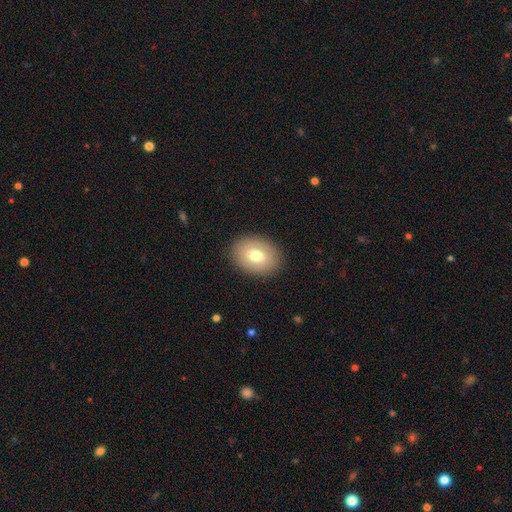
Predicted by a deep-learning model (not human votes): Q: Smooth or featured?
A: smooth (71%); runner-up: featured or disk (21%)
Q: How rounded?
A: in between (73%); runner-up: round (26%)
Q: Merging?
A: none (88%); runner-up: minor disturbance (8%)